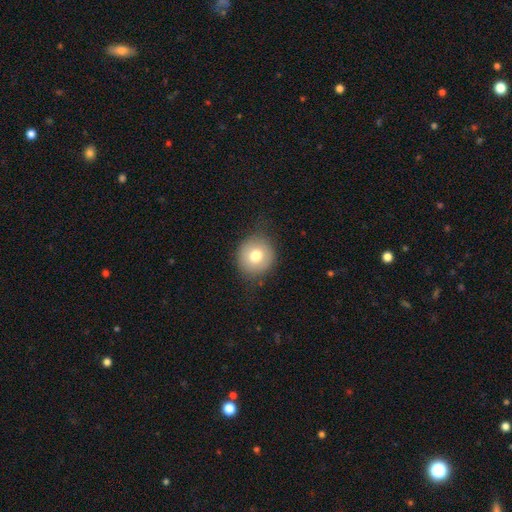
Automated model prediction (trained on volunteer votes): This is likely a smooth galaxy (73%). How rounded: clearly round (86%). Merging: likely none (77%).